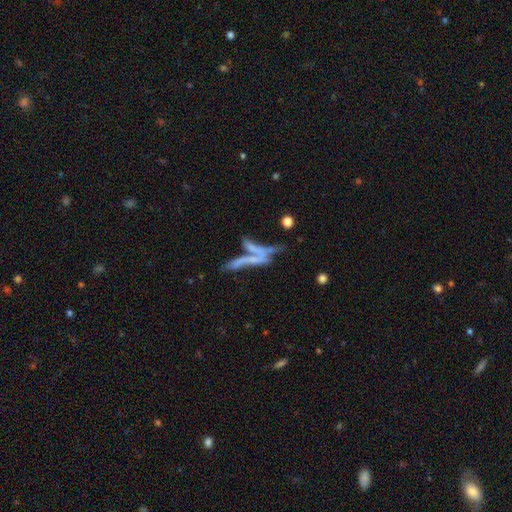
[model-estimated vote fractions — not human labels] This is possibly a featured or disk galaxy (49%). Merging: possibly merger (52%).